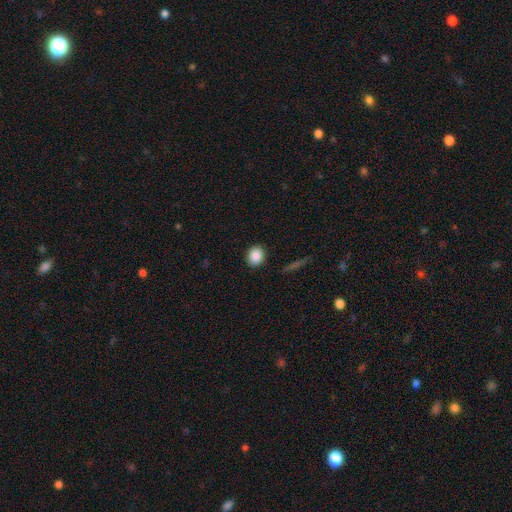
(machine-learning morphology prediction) This appears to be a smooth galaxy with no disk features (88%) that is round (57%). Merging: none (90%).